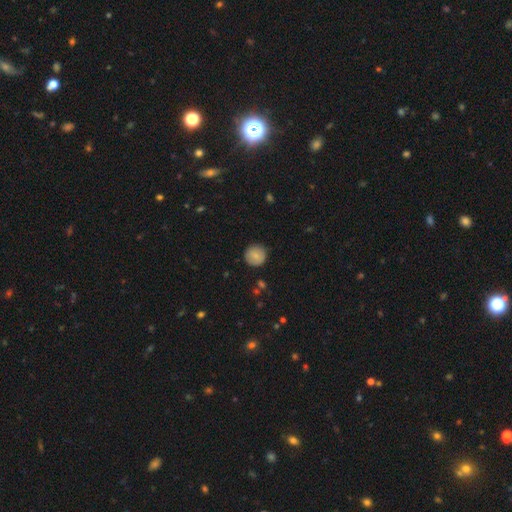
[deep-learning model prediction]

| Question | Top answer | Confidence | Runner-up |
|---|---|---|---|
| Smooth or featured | smooth | 82% | featured or disk (11%) |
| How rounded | round | 94% | in between (5%) |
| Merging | none | 87% | minor disturbance (10%) |